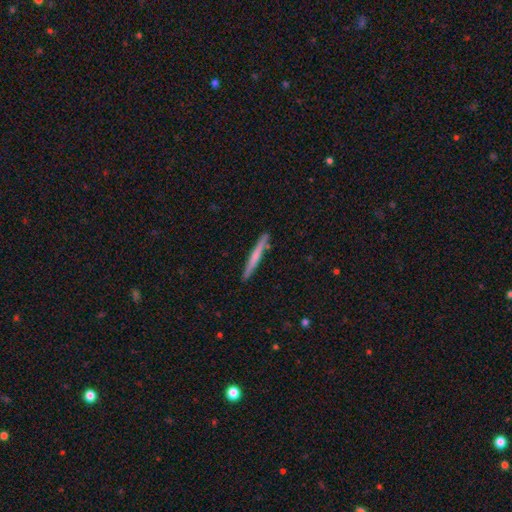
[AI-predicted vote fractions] A smooth galaxy with no disk features (56%) that is cigar-shaped (97%). Merging: none (90%).